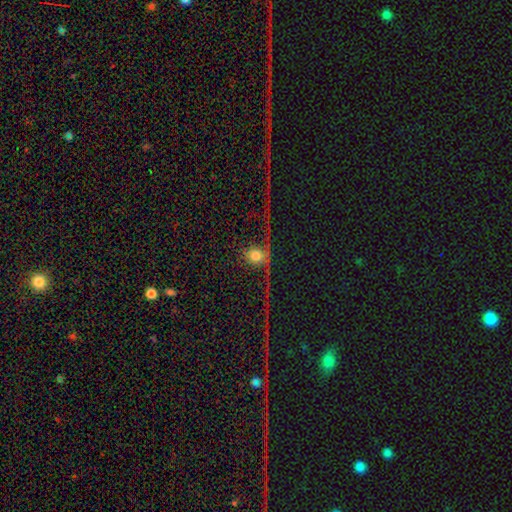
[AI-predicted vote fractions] Smooth or featured? Predicted: smooth (p=0.40). Merging? Predicted: none (p=0.51).